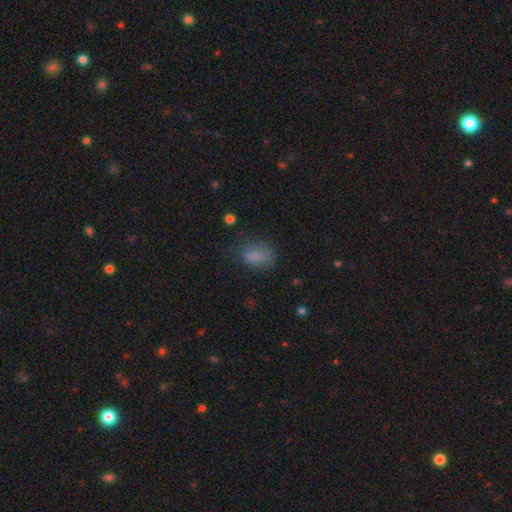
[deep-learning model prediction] Smooth or featured: smooth — 79% (star or artifact — 12%)
How rounded: in between — 83% (round — 15%)
Merging: none — 51% (minor disturbance — 29%)